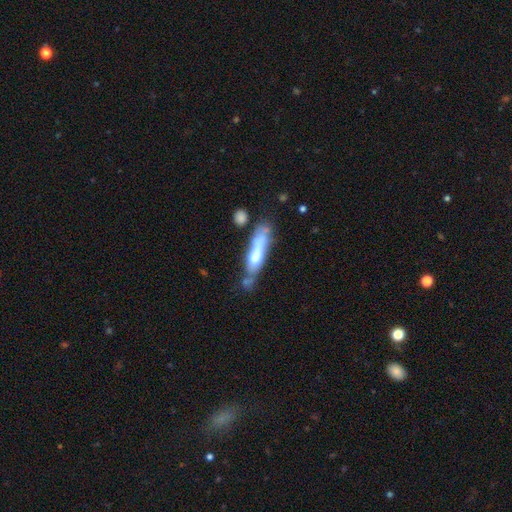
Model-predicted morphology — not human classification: The model was most divided on "smooth or featured": smooth: 47%, featured or disk: 46%, star or artifact: 7%. Remaining: merging — none (39%).